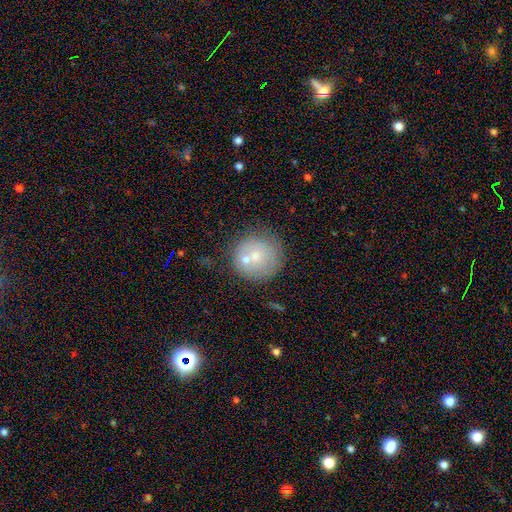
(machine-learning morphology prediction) Smooth or featured?
  - smooth: 63% *
  - featured or disk: 26%
  - star or artifact: 11%
How rounded?
  - round: 94% *
  - in between: 5%
  - cigar-shaped: 1%
Merging?
  - none: 66% *
  - merger: 18%
  - minor disturbance: 12%
  - major disturbance: 4%